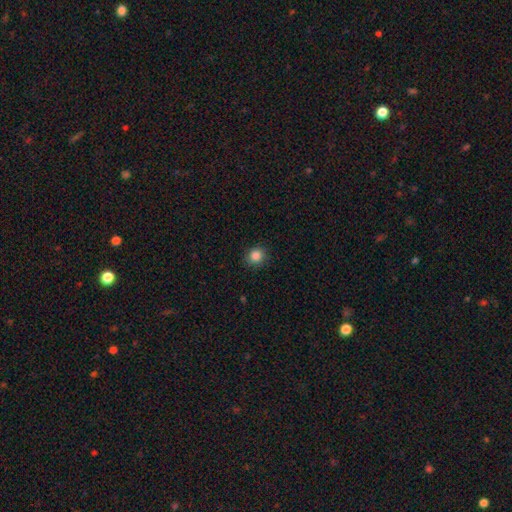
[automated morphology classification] smooth_or_featured: smooth (p=0.86) [alt: star or artifact p=0.10]
how_rounded: round (p=0.82) [alt: in between p=0.17]
merging: none (p=0.88) [alt: minor disturbance p=0.09]